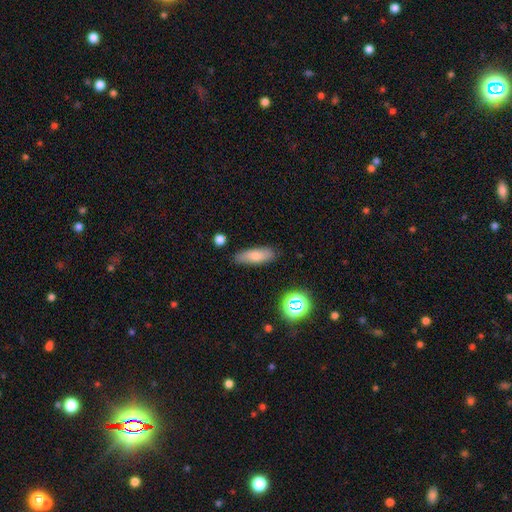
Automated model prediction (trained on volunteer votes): The model was most divided on "how rounded": in between: 59%, cigar-shaped: 38%, round: 3%. More confident: merging — none (82%); smooth or featured — smooth (77%).